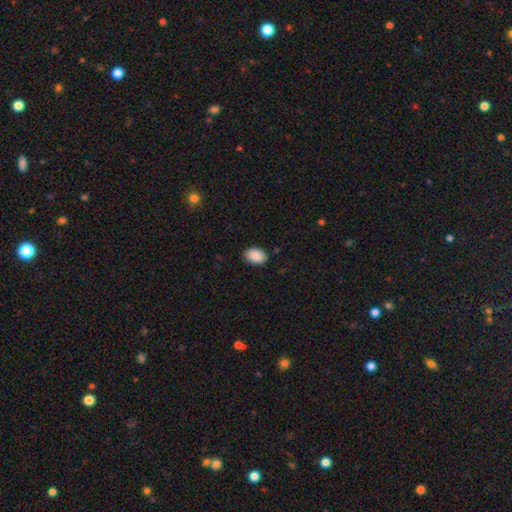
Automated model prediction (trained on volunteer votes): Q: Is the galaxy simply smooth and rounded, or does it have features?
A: smooth — 90%.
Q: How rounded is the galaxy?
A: in between — 88%.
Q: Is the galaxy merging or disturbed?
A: none — 87%.